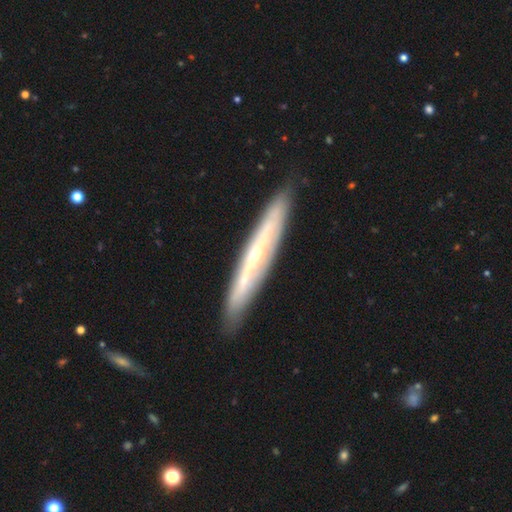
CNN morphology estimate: Smooth or featured? featured or disk (73%)
Edge-on disk? yes (80%)
Edge-on bulge? rounded (63%)
Merging? none (86%)